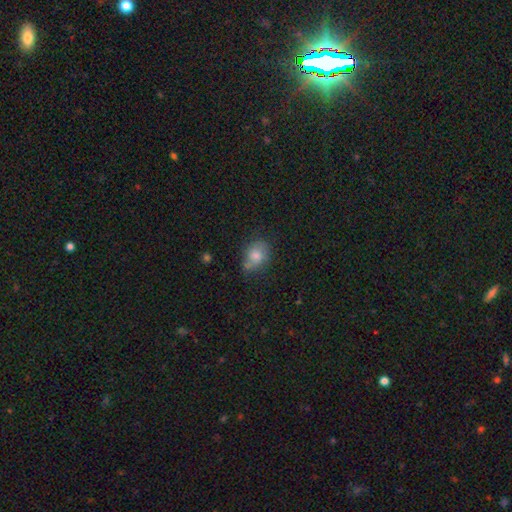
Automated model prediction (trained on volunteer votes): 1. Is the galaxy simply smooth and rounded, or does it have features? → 71% smooth, 17% featured or disk, 12% star or artifact.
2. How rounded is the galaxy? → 63% in between, 35% round, 2% cigar-shaped.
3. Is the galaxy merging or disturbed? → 58% none, 29% minor disturbance, 7% merger, 7% major disturbance.